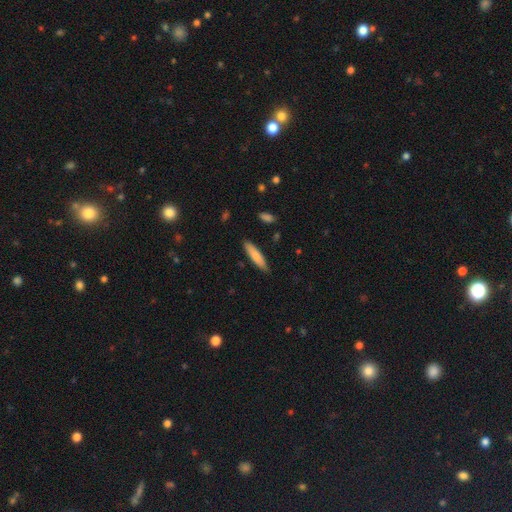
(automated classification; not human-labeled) This appears to be a smooth galaxy with no disk features (76%) that is cigar-shaped (78%). Merging: none (86%).